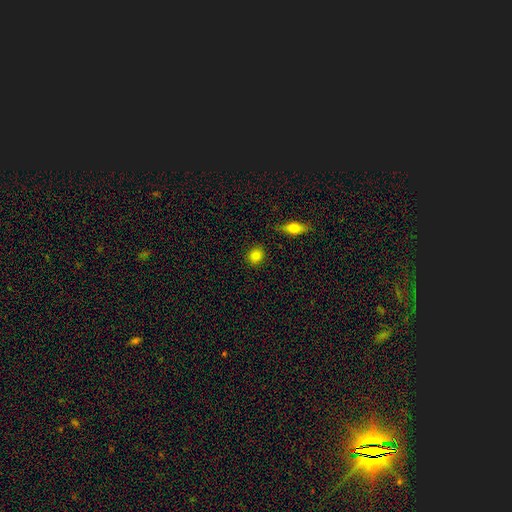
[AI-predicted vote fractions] smooth 84%, star or artifact 9%, featured or disk 6%. Down the decision tree: how rounded — round (74%); merging — none (89%).